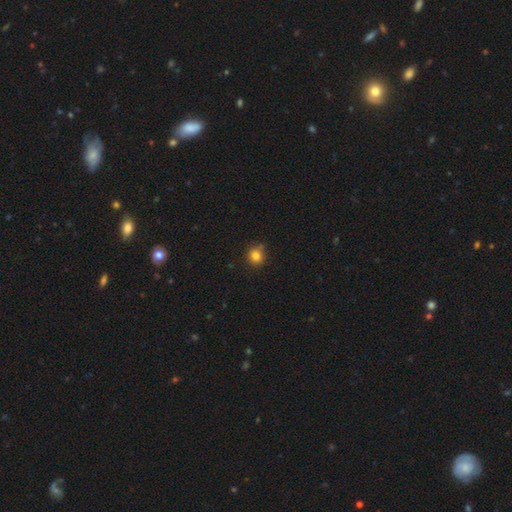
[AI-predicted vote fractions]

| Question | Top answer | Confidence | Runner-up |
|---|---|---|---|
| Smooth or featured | smooth | 83% | star or artifact (12%) |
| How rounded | round | 87% | in between (12%) |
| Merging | none | 79% | minor disturbance (16%) |